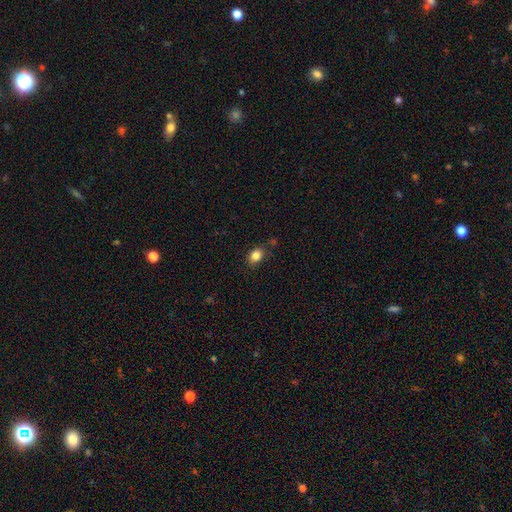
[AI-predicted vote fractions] The model was most divided on "how rounded": in between: 66%, round: 32%, cigar-shaped: 1%. More confident: smooth or featured — smooth (84%); merging — none (79%).